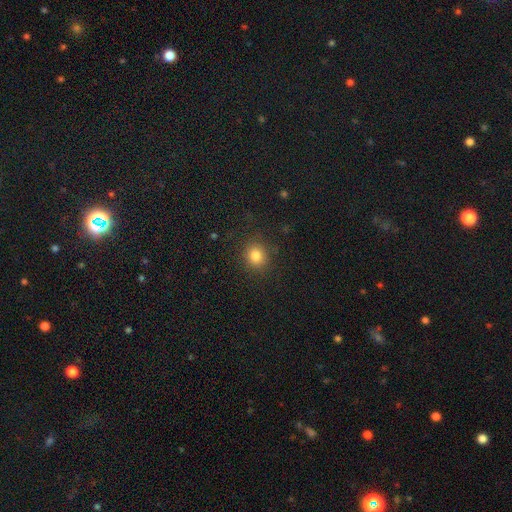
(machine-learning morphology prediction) smooth-or-featured: smooth: 82% | star or artifact: 13% | featured or disk: 6%
  how-rounded: round: 83% | in between: 16% | cigar-shaped: 1%
  merging: none: 87% | minor disturbance: 8% | major disturbance: 3% | merger: 1%